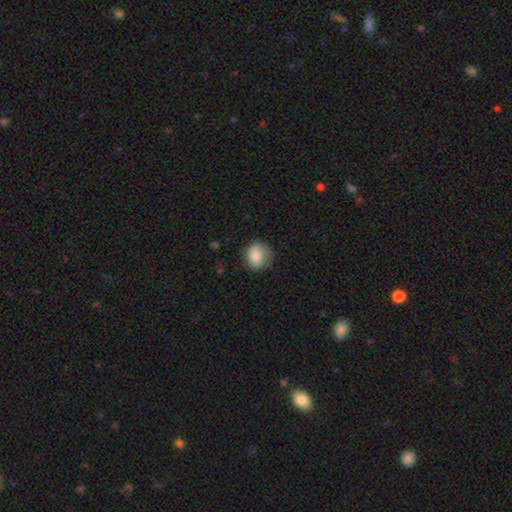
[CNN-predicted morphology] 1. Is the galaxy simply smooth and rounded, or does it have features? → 77% smooth, 16% featured or disk, 8% star or artifact.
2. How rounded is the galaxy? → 68% round, 31% in between, 1% cigar-shaped.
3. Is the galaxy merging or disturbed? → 64% none, 25% minor disturbance, 9% major disturbance, 1% merger.